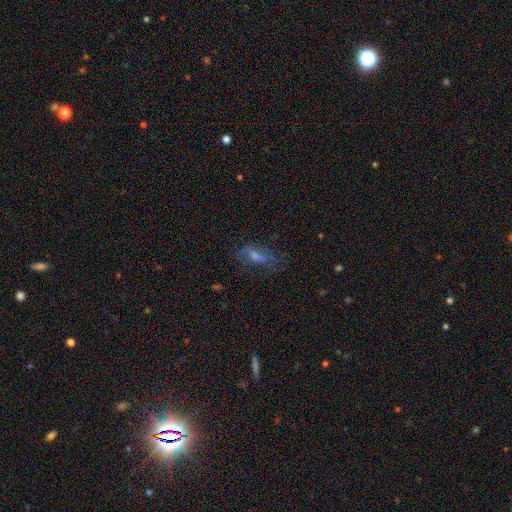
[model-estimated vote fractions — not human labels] featured or disk 43%, smooth 32%, star or artifact 25%. Down the decision tree: merging — none (59%).